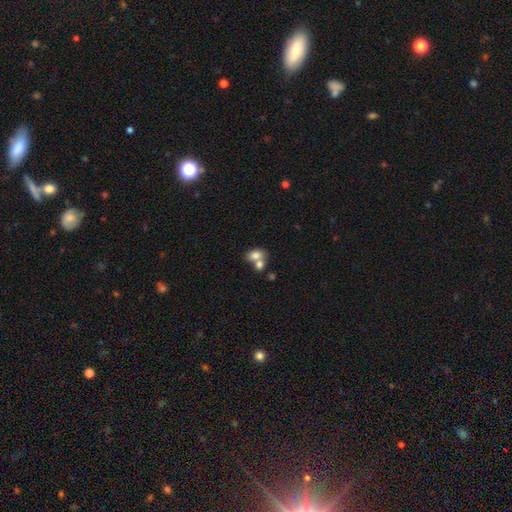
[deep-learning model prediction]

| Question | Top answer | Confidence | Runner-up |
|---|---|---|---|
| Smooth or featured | smooth | 77% | featured or disk (14%) |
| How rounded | in between | 77% | round (22%) |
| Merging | merger | 57% | none (31%) |